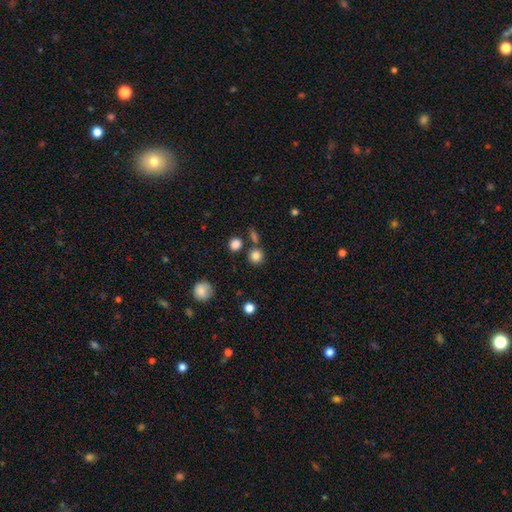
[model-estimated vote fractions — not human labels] Smooth or featured? Predicted: smooth (p=0.83). How rounded? Predicted: round (p=0.90). Merging? Predicted: none (p=0.76).